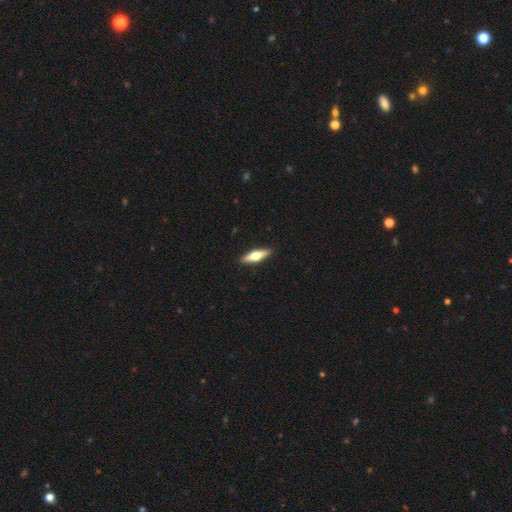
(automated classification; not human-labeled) Smooth or featured?
  - featured or disk: 48% *
  - smooth: 47%
  - star or artifact: 5%
Merging?
  - none: 91% *
  - minor disturbance: 6%
  - major disturbance: 1%
  - merger: 1%